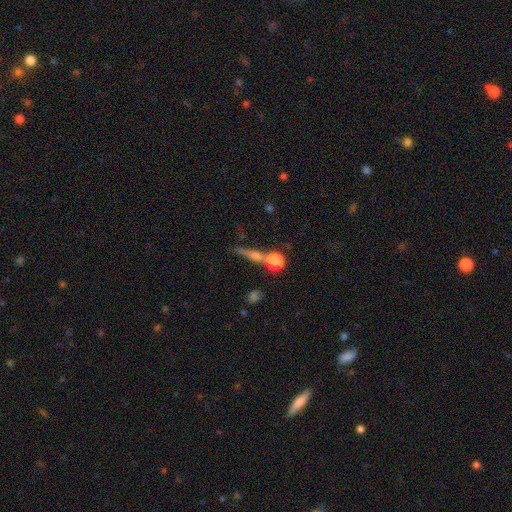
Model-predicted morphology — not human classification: smooth-or-featured: smooth: 44% | featured or disk: 37% | star or artifact: 19%
  merging: none: 60% | merger: 20% | minor disturbance: 12% | major disturbance: 8%